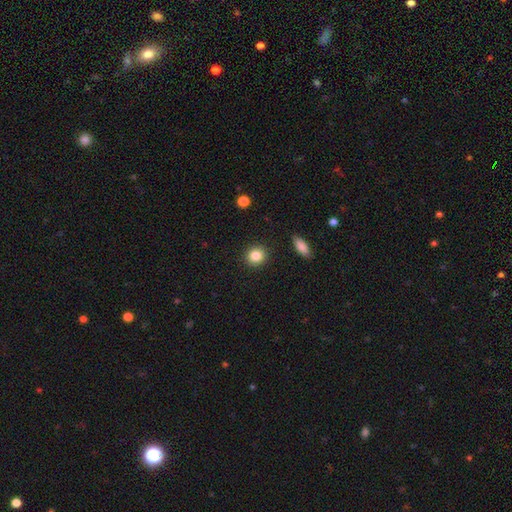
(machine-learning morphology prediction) This appears to be a smooth galaxy with no disk features (85%) that is round (83%). Merging: none (91%).